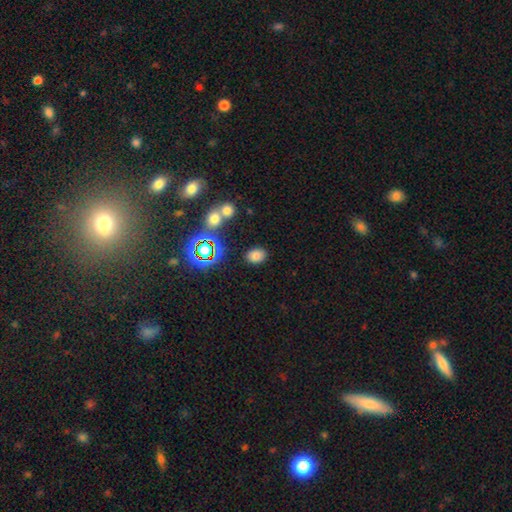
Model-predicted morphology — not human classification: Smooth or featured?
  - smooth: 75% *
  - star or artifact: 19%
  - featured or disk: 6%
How rounded?
  - in between: 74% *
  - round: 24%
  - cigar-shaped: 1%
Merging?
  - none: 83% *
  - minor disturbance: 9%
  - merger: 4%
  - major disturbance: 3%